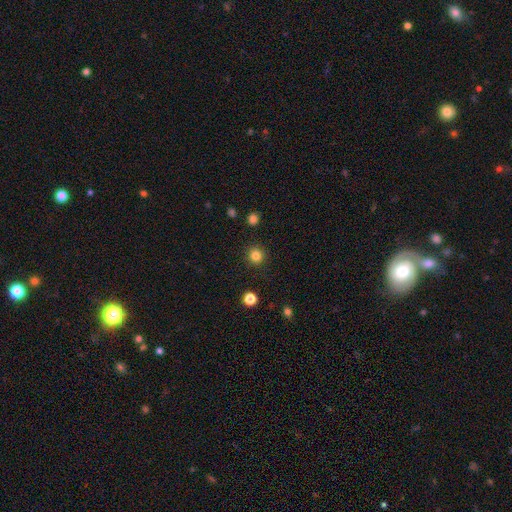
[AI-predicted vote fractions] Smooth or featured? smooth (83%)
How rounded? round (94%)
Merging? none (91%)